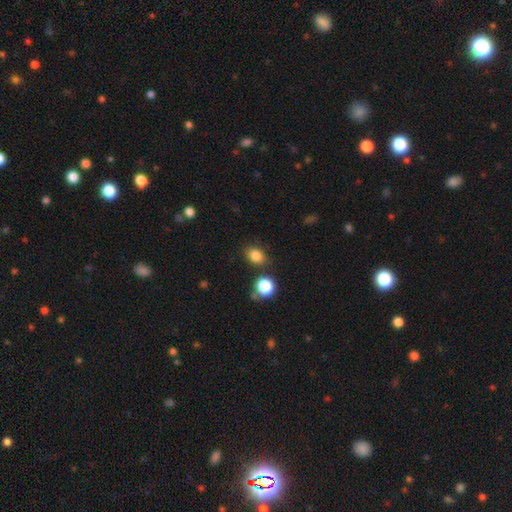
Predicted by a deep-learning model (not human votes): Smooth or featured? smooth (83%)
How rounded? in between (65%)
Merging? none (79%)